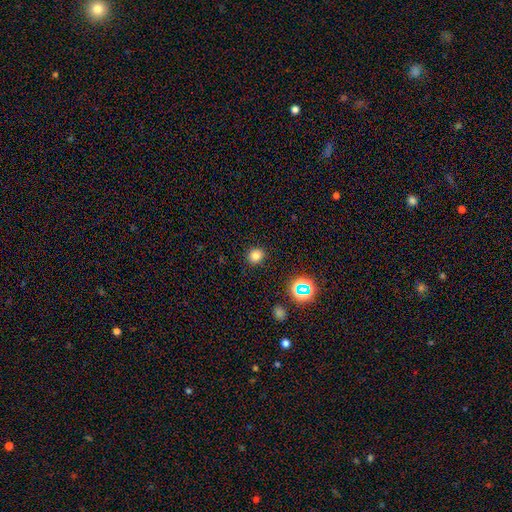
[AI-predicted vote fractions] smooth_or_featured: smooth (p=0.78) [alt: star or artifact p=0.16]
how_rounded: round (p=0.81) [alt: in between p=0.18]
merging: none (p=0.90) [alt: minor disturbance p=0.07]